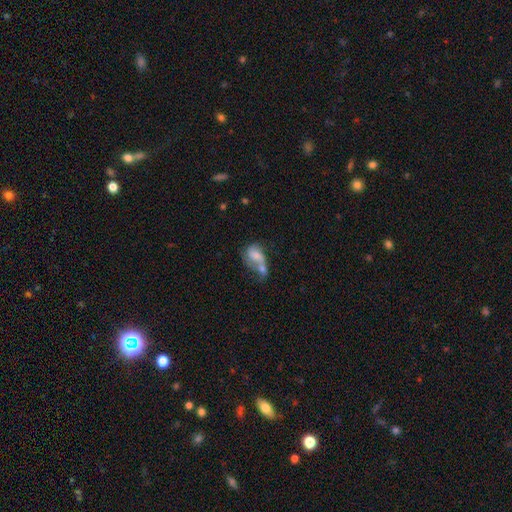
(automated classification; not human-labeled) Smooth or featured? smooth (54%)
How rounded? in between (77%)
Merging? merger (58%)